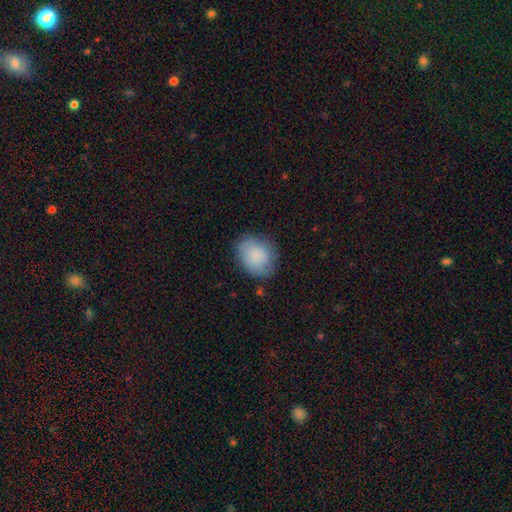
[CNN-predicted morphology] The model was most divided on "how rounded": in between: 54%, round: 46%, cigar-shaped: 1%. More confident: smooth or featured — smooth (84%); merging — none (72%).